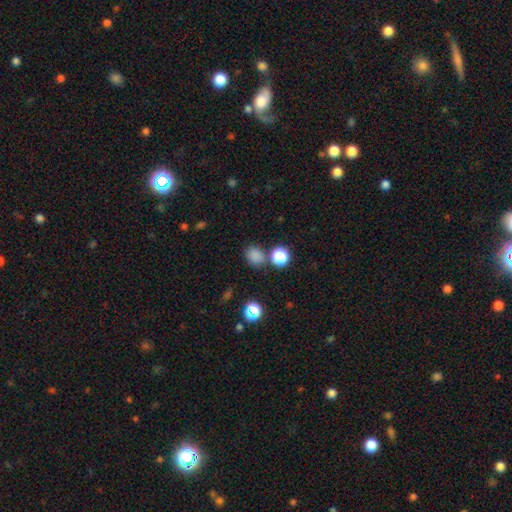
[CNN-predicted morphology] This is likely a smooth galaxy (79%). How rounded: likely round (61%). Merging: likely none (72%).